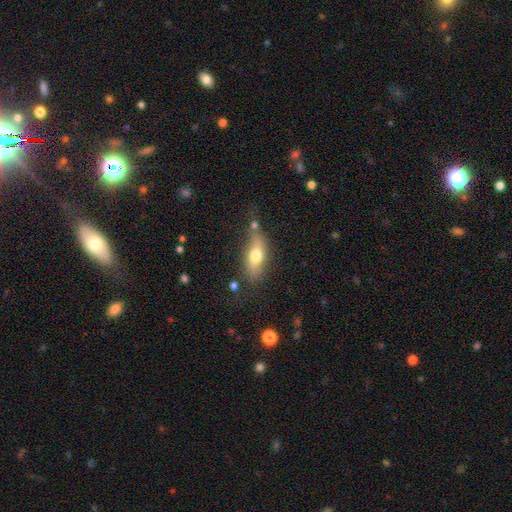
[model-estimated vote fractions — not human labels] A smooth galaxy with no disk features (65%) that is in between round and cigar-shaped (71%). Merging: none (62%).